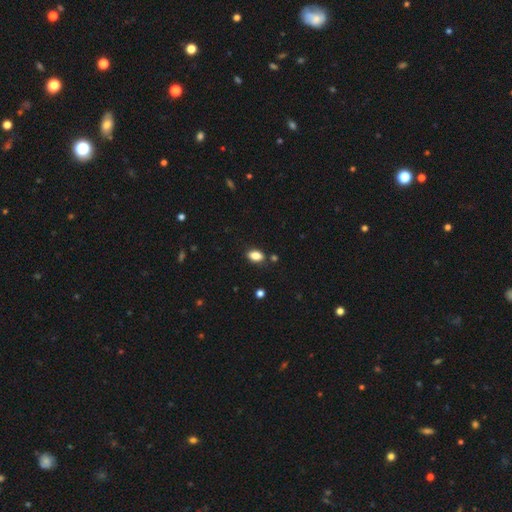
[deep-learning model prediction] Smooth or featured: smooth — 86% (star or artifact — 9%)
How rounded: in between — 89% (round — 9%)
Merging: none — 83% (minor disturbance — 11%)